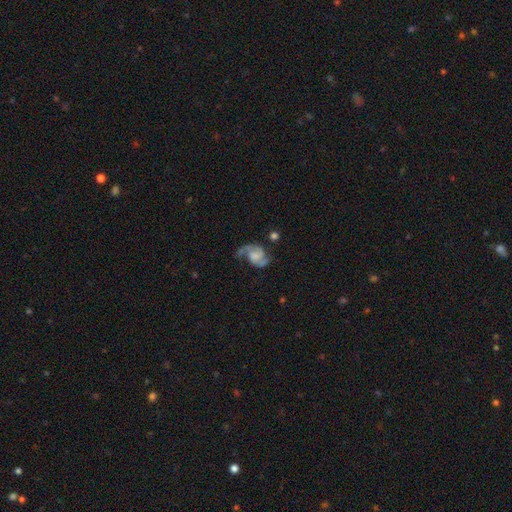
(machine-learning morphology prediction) This is clearly a featured or disk galaxy (83%). It is clearly not viewed edge-on (98%). Bar: possibly no (57%). Spiral arm pattern: clearly yes (96%). Spiral arm count: clearly 2 (89%). Spiral winding: possibly medium (47%). Central bulge: marginally none (40%). Merging: possibly none (56%).